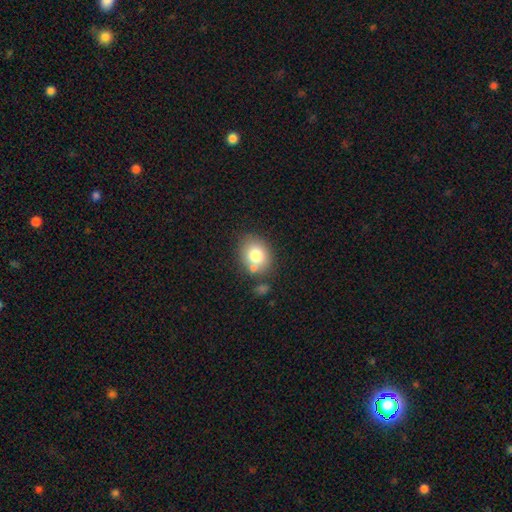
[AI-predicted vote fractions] This is likely a smooth galaxy (78%). How rounded: possibly round (54%). Merging: likely none (68%).